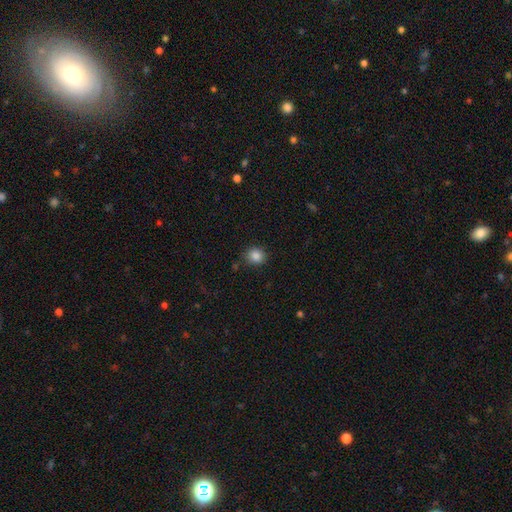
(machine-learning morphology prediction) smooth 86%, star or artifact 11%, featured or disk 4%. Down the decision tree: how rounded — round (83%); merging — none (84%).